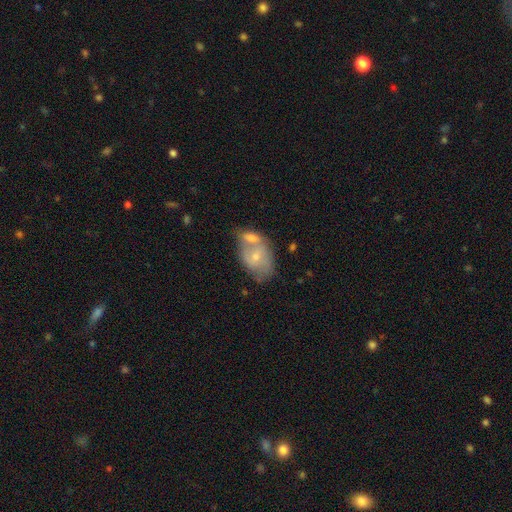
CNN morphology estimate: Smooth or featured?
  - smooth: 47% *
  - featured or disk: 45%
  - star or artifact: 7%
Merging?
  - merger: 60% *
  - none: 23%
  - minor disturbance: 12%
  - major disturbance: 5%